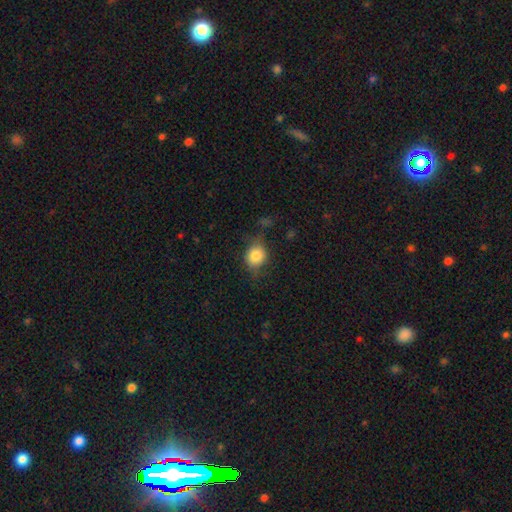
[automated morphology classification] Overall: smooth (80%). How rounded: round (67%; in between 31%). Merging: none (63%; minor disturbance 24%).